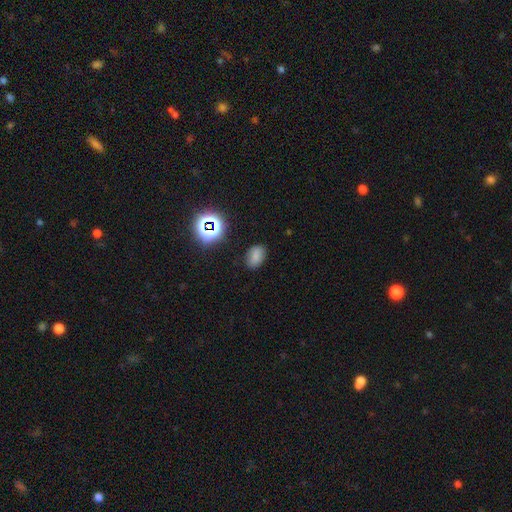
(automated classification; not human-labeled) The model was most divided on "smooth or featured": smooth: 74%, star or artifact: 18%, featured or disk: 8%. More confident: how rounded — in between (82%); merging — none (81%).